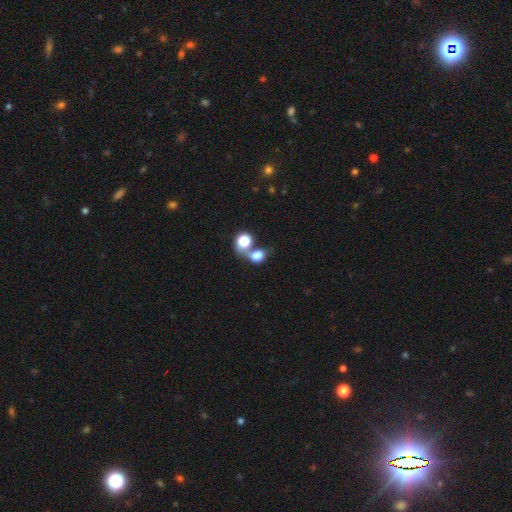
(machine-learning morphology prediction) smooth_or_featured: smooth (p=0.75) [alt: star or artifact p=0.14]
how_rounded: round (p=0.52) [alt: in between p=0.46]
merging: merger (p=0.51) [alt: none p=0.31]